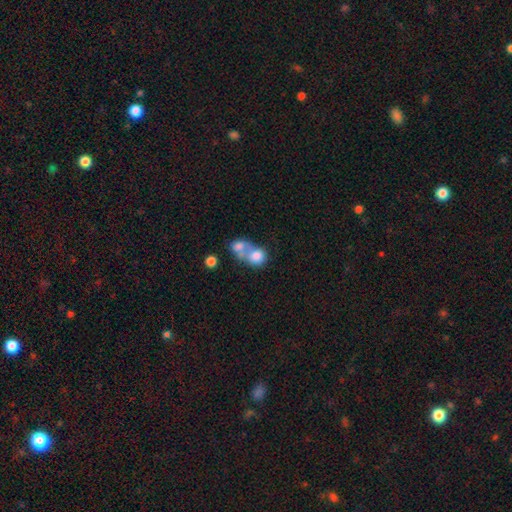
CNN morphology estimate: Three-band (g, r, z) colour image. It shows a smooth galaxy with no disk features (73%) that is round (66%). Merging: merger (69%).